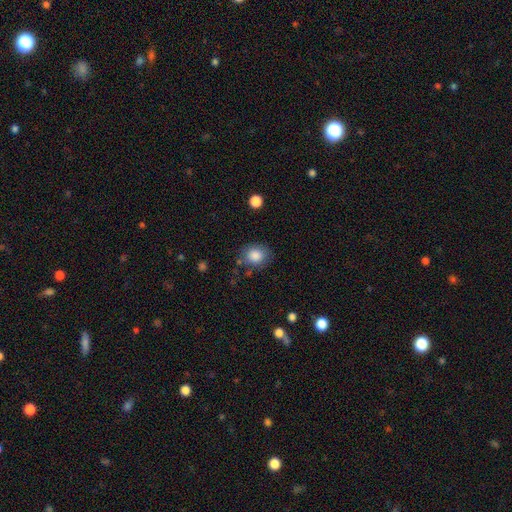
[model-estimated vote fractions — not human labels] smooth-or-featured: smooth: 85% | star or artifact: 9% | featured or disk: 6%
  how-rounded: round: 64% | in between: 35% | cigar-shaped: 1%
  merging: none: 76% | minor disturbance: 16% | major disturbance: 5% | merger: 4%